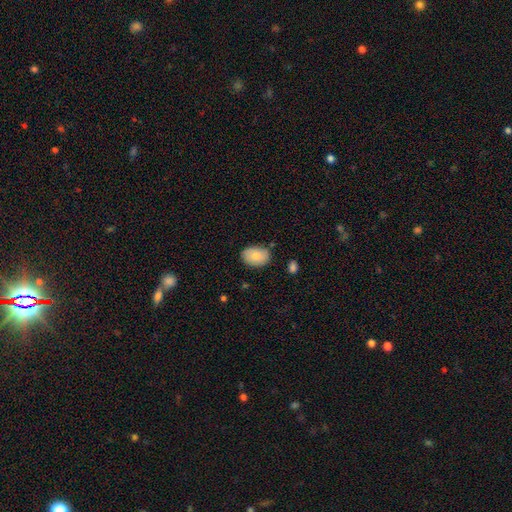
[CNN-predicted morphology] Smooth or featured? smooth (83%)
How rounded? in between (82%)
Merging? none (80%)